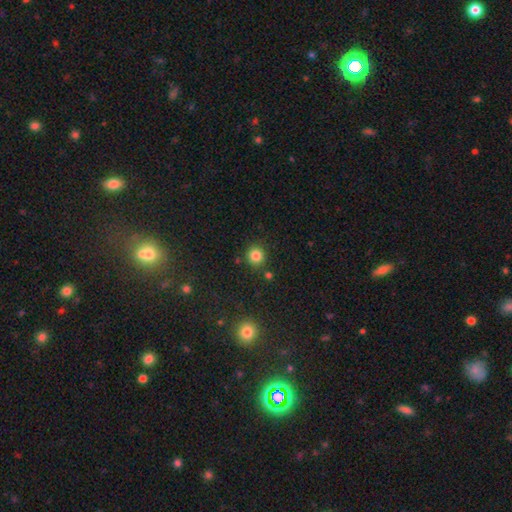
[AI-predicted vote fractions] Smooth or featured? Predicted: smooth (p=0.83). How rounded? Predicted: round (p=0.92). Merging? Predicted: none (p=0.85).